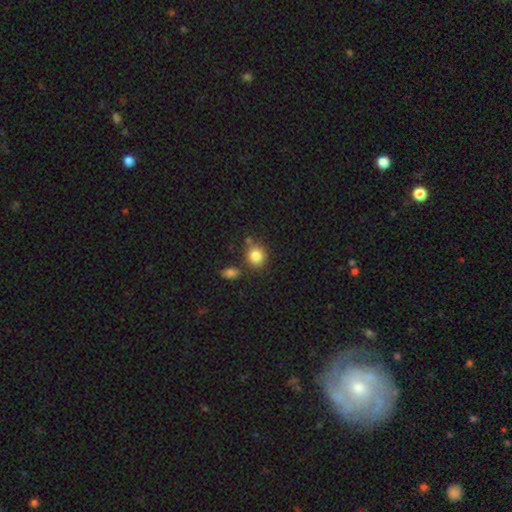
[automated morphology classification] type=smooth (84%); roundness=round (81%); merging=none (75%).